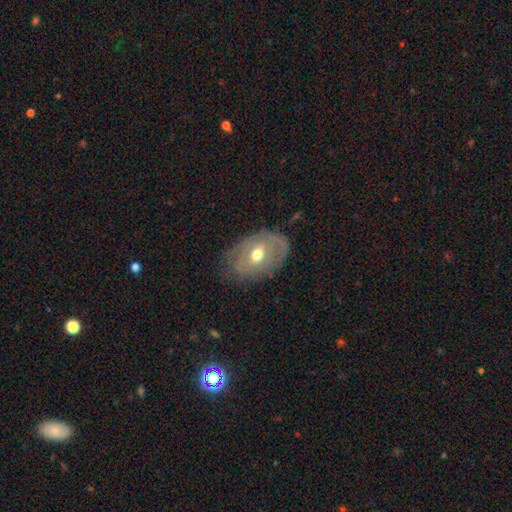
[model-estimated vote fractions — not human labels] Smooth or featured: featured or disk — 54% (smooth — 39%)
Edge-on disk: no — 92% (yes — 8%)
Merging: none — 64% (minor disturbance — 25%)